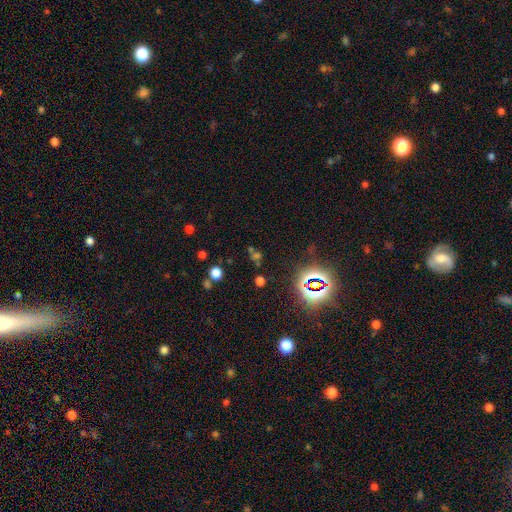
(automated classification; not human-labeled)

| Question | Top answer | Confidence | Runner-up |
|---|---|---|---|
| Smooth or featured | star or artifact | 66% | smooth (25%) |